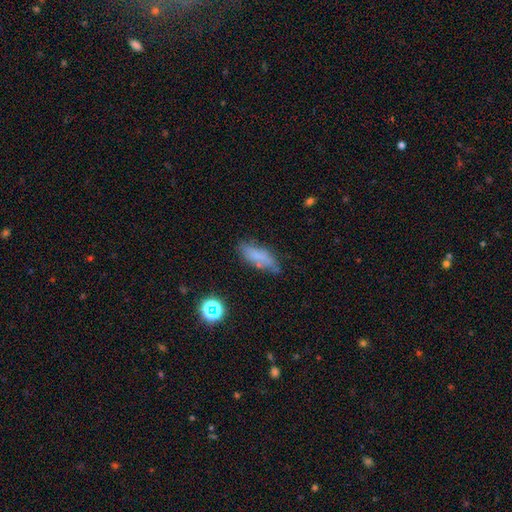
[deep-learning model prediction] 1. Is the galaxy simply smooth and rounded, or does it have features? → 66% smooth, 20% featured or disk, 14% star or artifact.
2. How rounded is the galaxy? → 65% in between, 31% cigar-shaped, 3% round.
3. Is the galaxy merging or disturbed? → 65% none, 25% minor disturbance, 7% major disturbance, 3% merger.